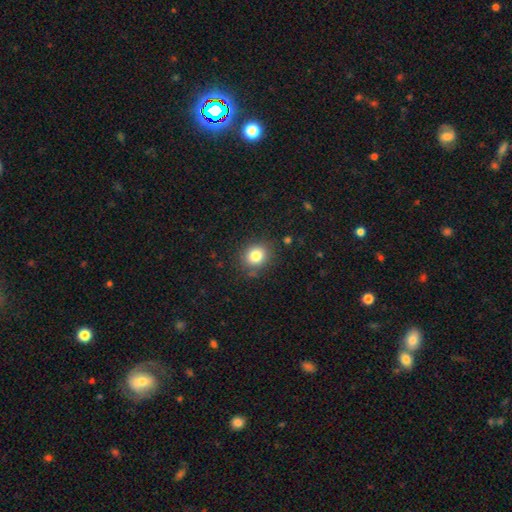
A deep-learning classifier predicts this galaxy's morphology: Smooth or featured? Predicted: smooth (p=0.82). How rounded? Predicted: round (p=0.77). Merging? Predicted: none (p=0.85).